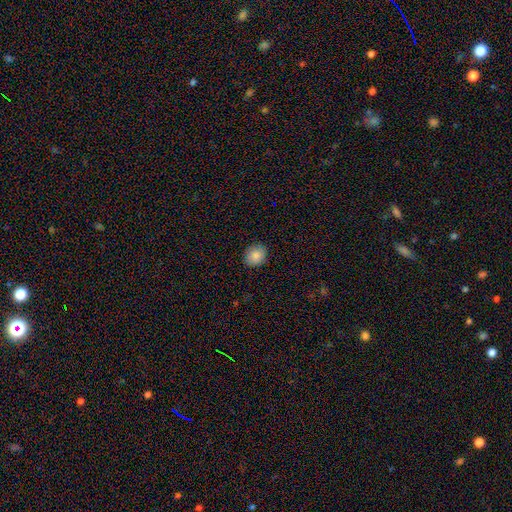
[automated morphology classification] Overall: smooth (86%). How rounded: round (63%; in between 37%). Merging: none (89%).